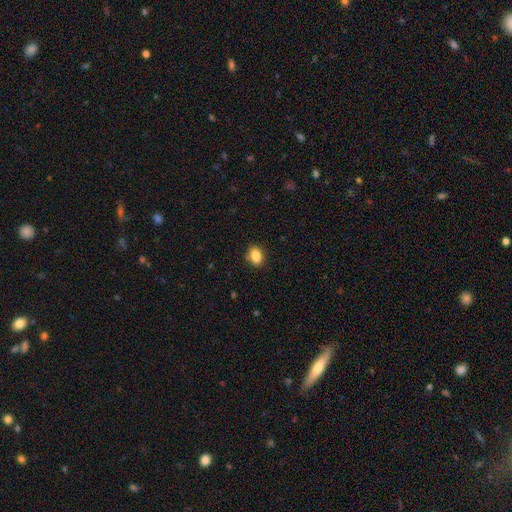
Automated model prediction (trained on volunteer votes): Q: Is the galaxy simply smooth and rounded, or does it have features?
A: smooth — 88%.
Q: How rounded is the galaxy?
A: in between — 83%.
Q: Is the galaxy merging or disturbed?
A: none — 86%.